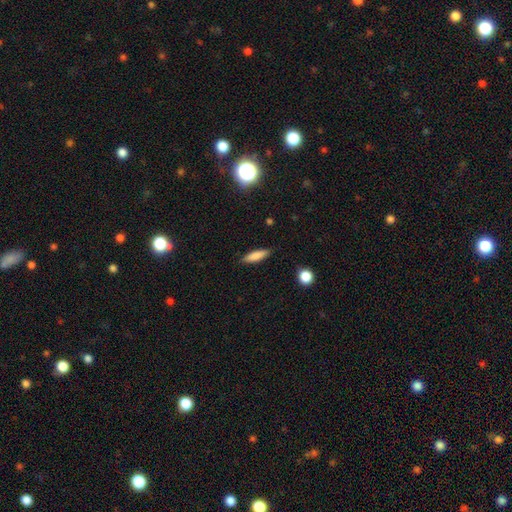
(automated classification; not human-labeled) A smooth galaxy with no disk features (81%) that is cigar-shaped (66%). Merging: none (87%).